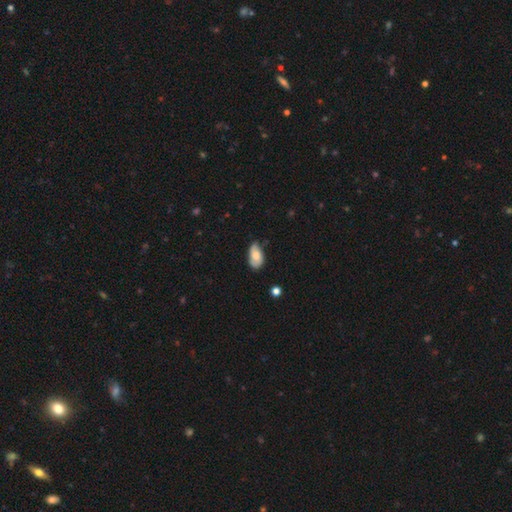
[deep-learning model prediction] A smooth galaxy with no disk features (66%) that is in between round and cigar-shaped (93%).

Vote fractions:
- Smooth or featured? smooth: 66% / featured or disk: 27% / star or artifact: 7%
- How rounded? in between: 93% / round: 5% / cigar-shaped: 3%
- Merging? none: 54% / minor disturbance: 36% / major disturbance: 7% / merger: 2%